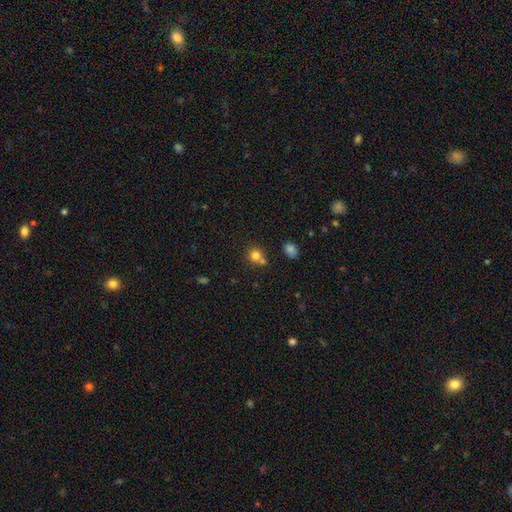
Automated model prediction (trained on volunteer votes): smooth-or-featured: smooth: 79% | star or artifact: 13% | featured or disk: 8%
  how-rounded: round: 87% | in between: 12% | cigar-shaped: 1%
  merging: none: 58% | merger: 29% | minor disturbance: 10% | major disturbance: 4%